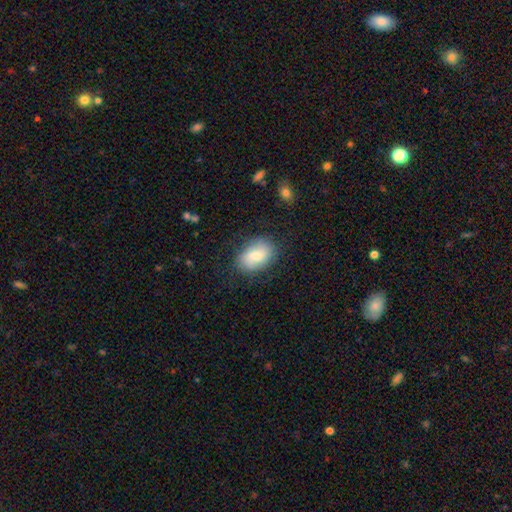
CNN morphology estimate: Smooth or featured?
  - smooth: 74% *
  - featured or disk: 19%
  - star or artifact: 7%
How rounded?
  - in between: 82% *
  - round: 16%
  - cigar-shaped: 1%
Merging?
  - none: 77% *
  - minor disturbance: 16%
  - major disturbance: 5%
  - merger: 1%